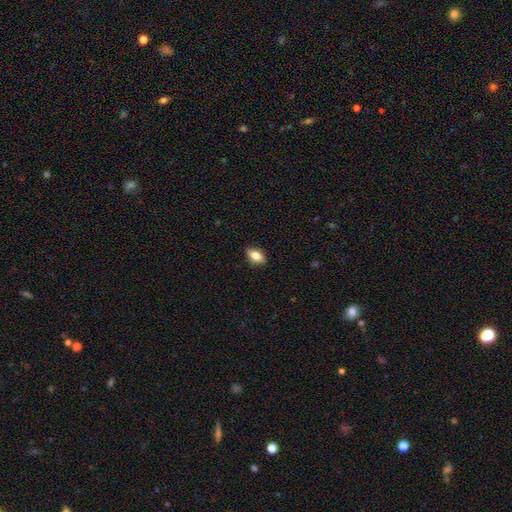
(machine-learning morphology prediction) Smooth or featured?
  - smooth: 76% *
  - featured or disk: 16%
  - star or artifact: 8%
How rounded?
  - in between: 87% *
  - round: 7%
  - cigar-shaped: 6%
Merging?
  - none: 88% *
  - minor disturbance: 9%
  - major disturbance: 2%
  - merger: 1%